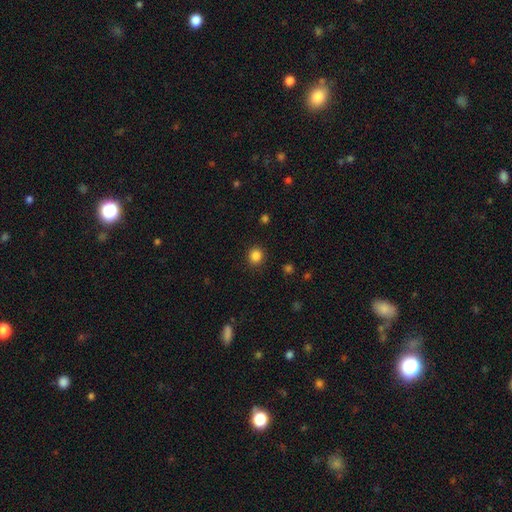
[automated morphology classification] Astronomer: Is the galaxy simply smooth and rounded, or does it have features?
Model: smooth — 85%.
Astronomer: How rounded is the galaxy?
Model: round — 85%.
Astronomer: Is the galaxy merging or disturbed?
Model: none — 90%.